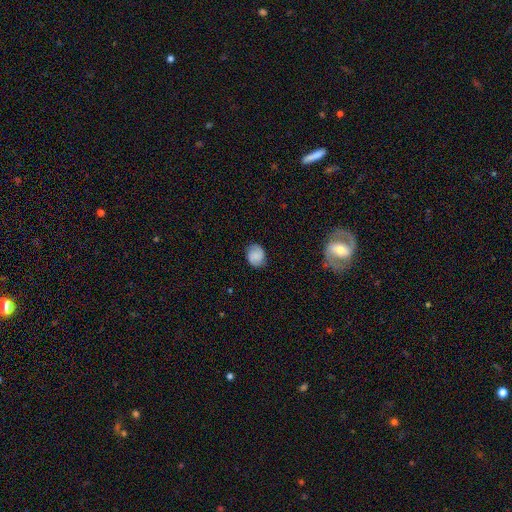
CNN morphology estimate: This is likely a smooth galaxy (69%). How rounded: likely round (66%). Merging: clearly none (82%).